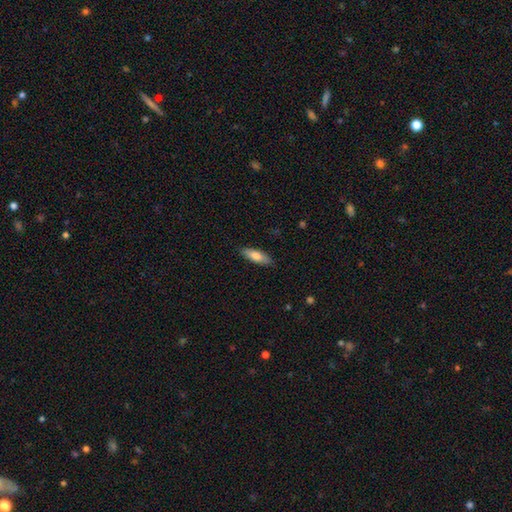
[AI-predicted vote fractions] A smooth galaxy with no disk features (77%) that is in between round and cigar-shaped (58%).

Vote fractions:
- Smooth or featured? smooth: 77% / featured or disk: 17% / star or artifact: 6%
- How rounded? in between: 58% / cigar-shaped: 41% / round: 2%
- Merging? none: 88% / minor disturbance: 9% / major disturbance: 2% / merger: 1%